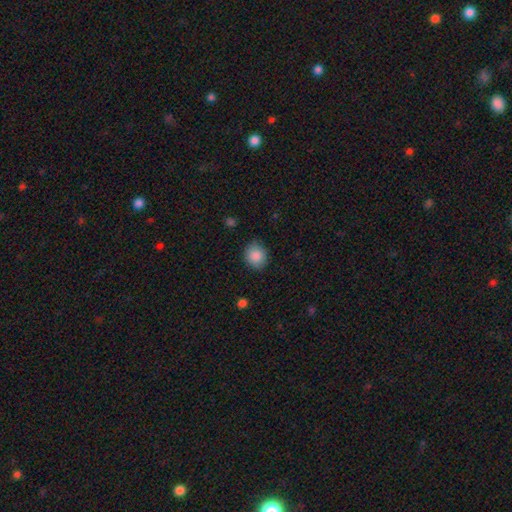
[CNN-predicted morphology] smooth-or-featured: smooth: 88% | star or artifact: 8% | featured or disk: 4%
  how-rounded: round: 69% | in between: 30% | cigar-shaped: 1%
  merging: none: 84% | minor disturbance: 12% | major disturbance: 3% | merger: 1%